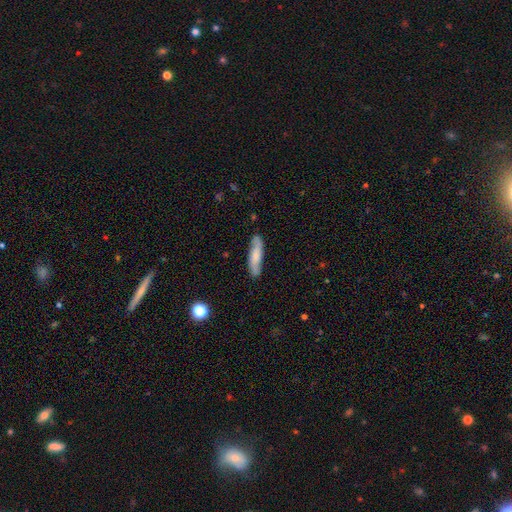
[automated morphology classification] This is likely a smooth galaxy (63%). How rounded: likely cigar-shaped (75%). Merging: clearly none (84%).